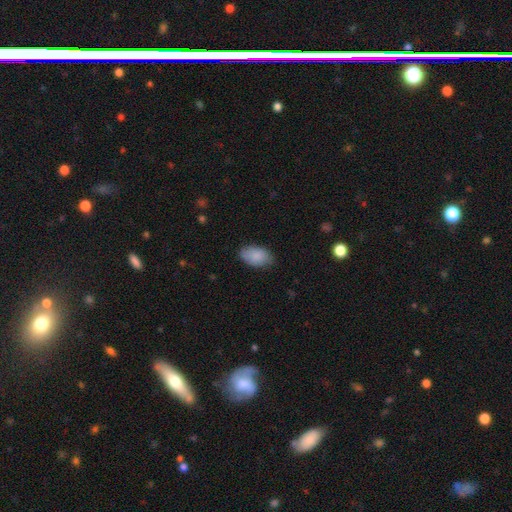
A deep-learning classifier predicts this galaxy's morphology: Smooth or featured?
  - smooth: 86% *
  - featured or disk: 7%
  - star or artifact: 6%
How rounded?
  - in between: 92% *
  - round: 6%
  - cigar-shaped: 1%
Merging?
  - none: 79% *
  - minor disturbance: 17%
  - major disturbance: 3%
  - merger: 1%